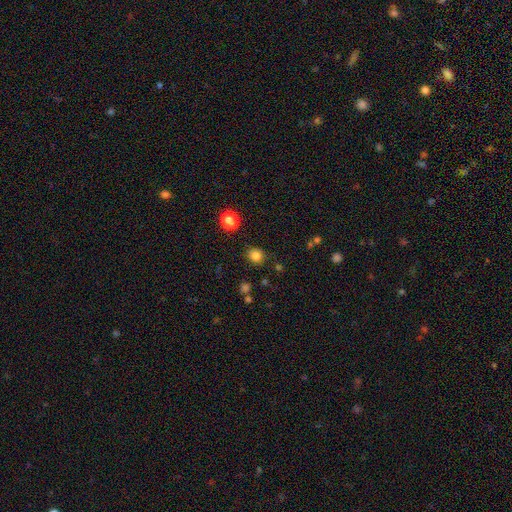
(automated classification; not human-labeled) Smooth or featured? Predicted: smooth (p=0.82). How rounded? Predicted: round (p=0.85). Merging? Predicted: none (p=0.87).